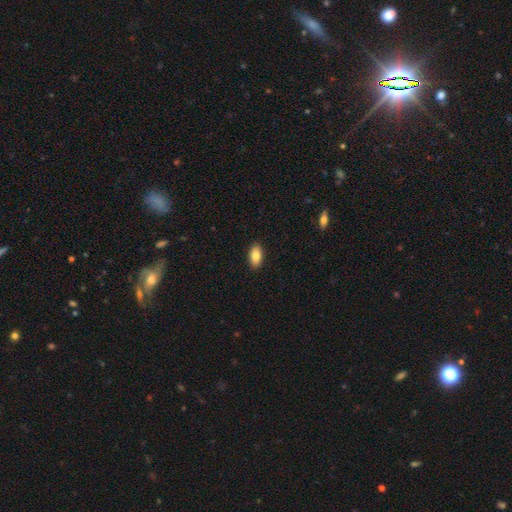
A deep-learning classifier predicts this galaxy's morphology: Smooth or featured? Predicted: smooth (p=0.85). How rounded? Predicted: in between (p=0.91). Merging? Predicted: none (p=0.90).